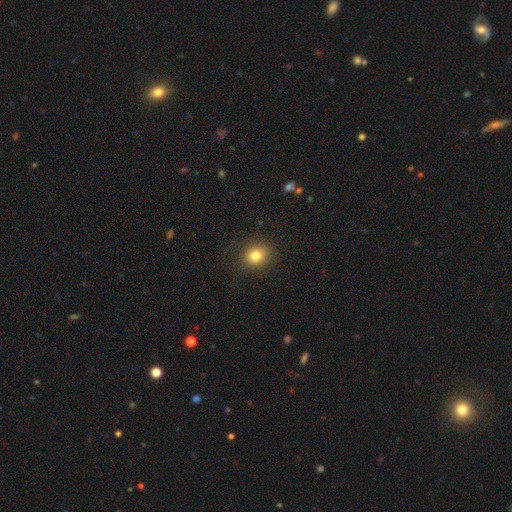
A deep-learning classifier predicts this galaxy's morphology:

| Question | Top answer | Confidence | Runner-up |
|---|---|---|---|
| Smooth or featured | smooth | 80% | star or artifact (12%) |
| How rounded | round | 79% | in between (20%) |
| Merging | none | 87% | minor disturbance (9%) |